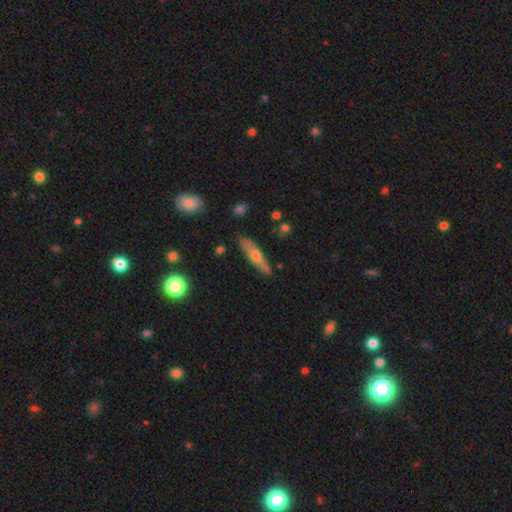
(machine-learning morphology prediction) Smooth or featured?
  - featured or disk: 49% *
  - smooth: 44%
  - star or artifact: 7%
Merging?
  - none: 82% *
  - minor disturbance: 14%
  - major disturbance: 2%
  - merger: 2%